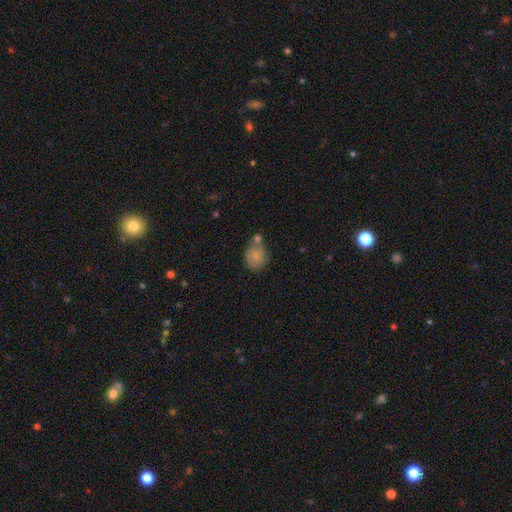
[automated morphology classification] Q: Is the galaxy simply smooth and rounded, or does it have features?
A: smooth — 78%.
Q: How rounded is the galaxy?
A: round — 60%.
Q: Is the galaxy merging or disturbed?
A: none — 50%.